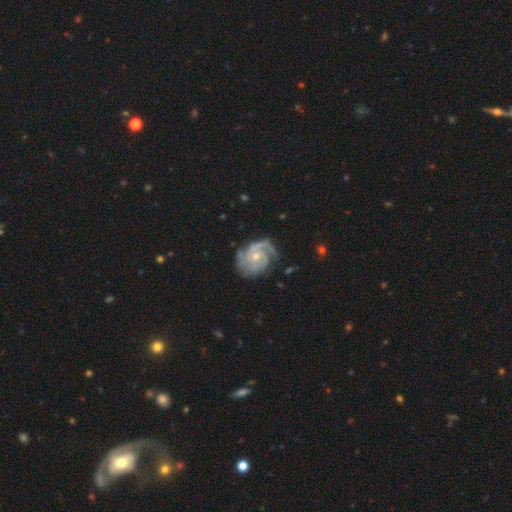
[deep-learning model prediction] This is clearly a featured or disk galaxy (90%). It is clearly not viewed edge-on (98%). Bar: likely no (67%). Spiral arm pattern: clearly yes (98%). Spiral arm count: marginally 2 (42%). Spiral winding: possibly tight (59%). Central bulge: possibly small (56%). Merging: likely none (69%).